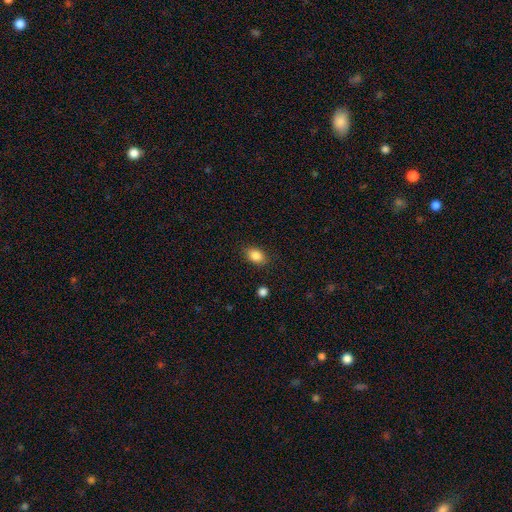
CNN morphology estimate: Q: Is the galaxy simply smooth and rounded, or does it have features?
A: smooth — 86%.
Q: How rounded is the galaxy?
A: in between — 77%.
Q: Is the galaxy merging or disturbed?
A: none — 86%.